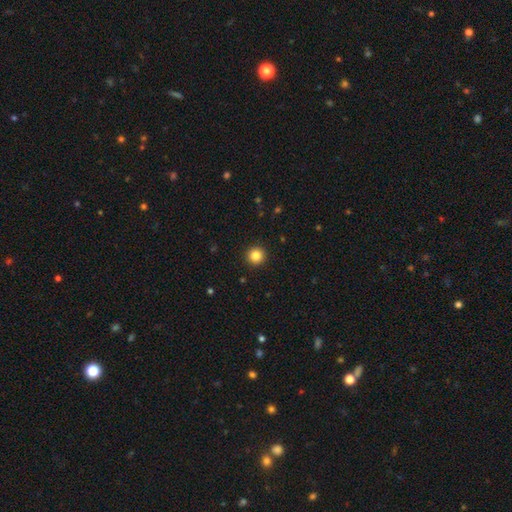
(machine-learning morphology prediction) type=smooth (85%); roundness=round (96%); merging=none (93%).